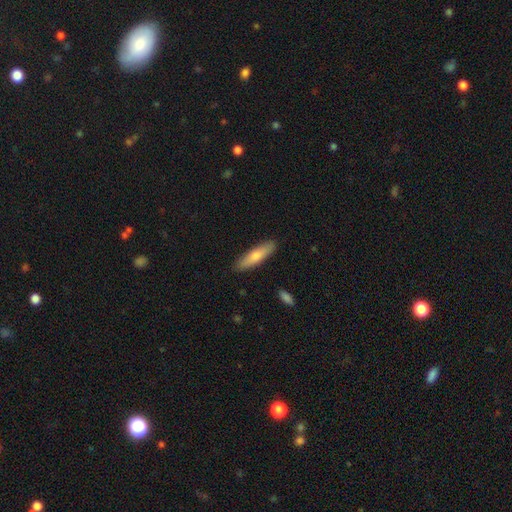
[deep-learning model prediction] This appears to be a smooth galaxy with no disk features (69%) that is cigar-shaped (73%). Merging: none (89%).